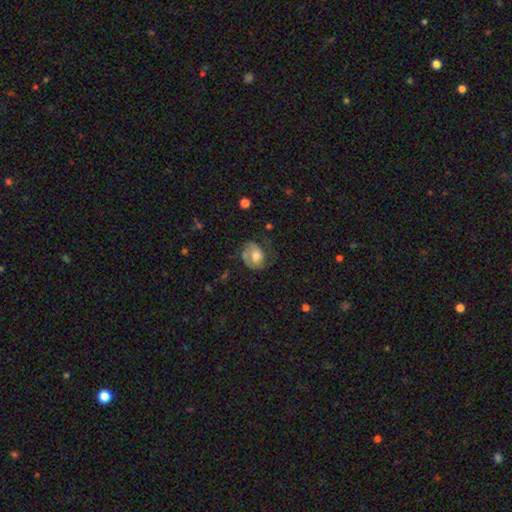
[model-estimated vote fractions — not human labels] This appears to be a featured or disk galaxy (51%). Merging: none (48%).